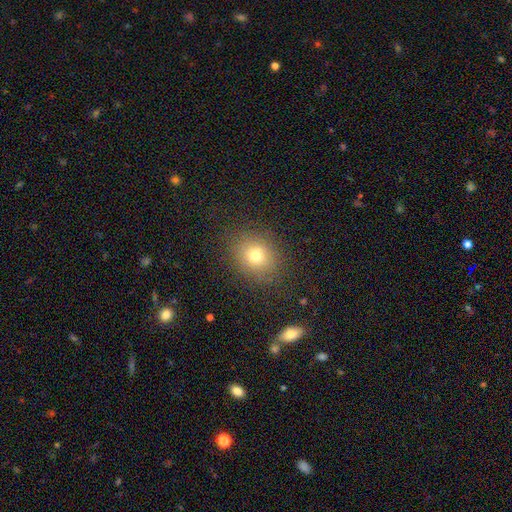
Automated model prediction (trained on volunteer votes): Smooth or featured: smooth — 73% (star or artifact — 16%)
How rounded: round — 71% (in between — 28%)
Merging: none — 83% (minor disturbance — 10%)